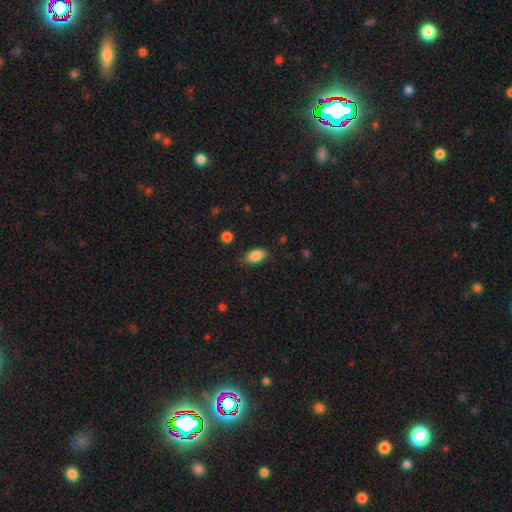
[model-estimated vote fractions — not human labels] Smooth or featured? Predicted: smooth (p=0.87). How rounded? Predicted: in between (p=0.91). Merging? Predicted: none (p=0.81).